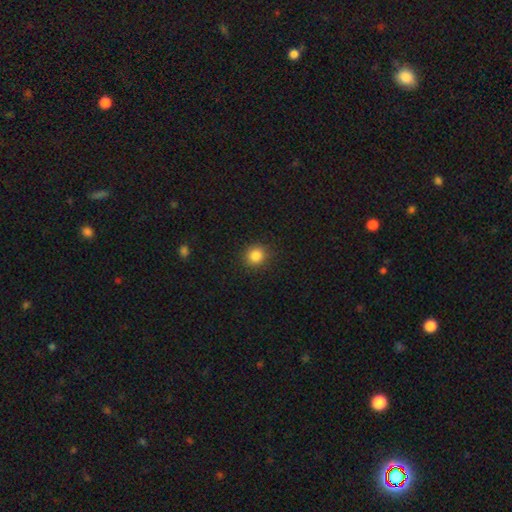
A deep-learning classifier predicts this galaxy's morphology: A smooth galaxy with no disk features (85%) that is round (88%).

Vote fractions:
- Smooth or featured? smooth: 85% / star or artifact: 11% / featured or disk: 4%
- How rounded? round: 88% / in between: 11% / cigar-shaped: 1%
- Merging? none: 89% / minor disturbance: 8% / major disturbance: 2% / merger: 1%